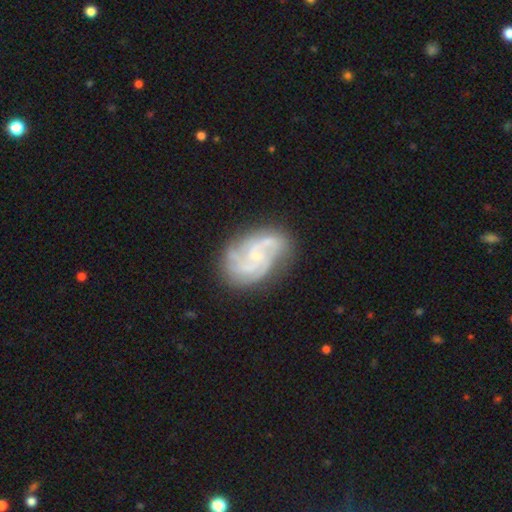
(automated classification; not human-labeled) Overall: featured or disk (84%). Edge-on disk: no (98%). Bar: no (63%; weak 32%). Spiral arms: yes (97%). Spiral arm count: 3 (40%; 4 20%). Spiral winding: medium (44%, tied with tight). Bulge size: small (68%). Merging: none (71%).